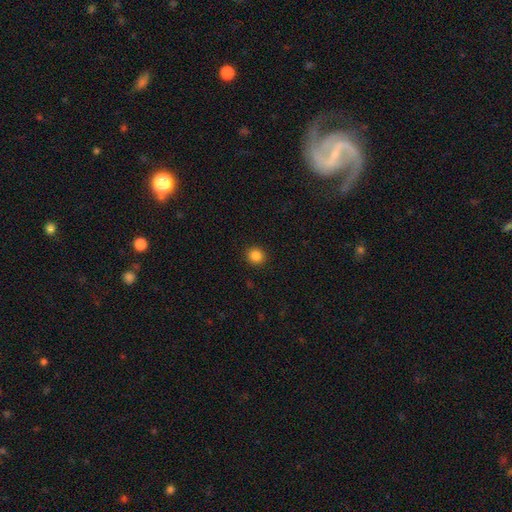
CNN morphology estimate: The model was most divided on "smooth or featured": smooth: 85%, star or artifact: 11%, featured or disk: 4%. More confident: merging — none (92%); how rounded — round (91%).